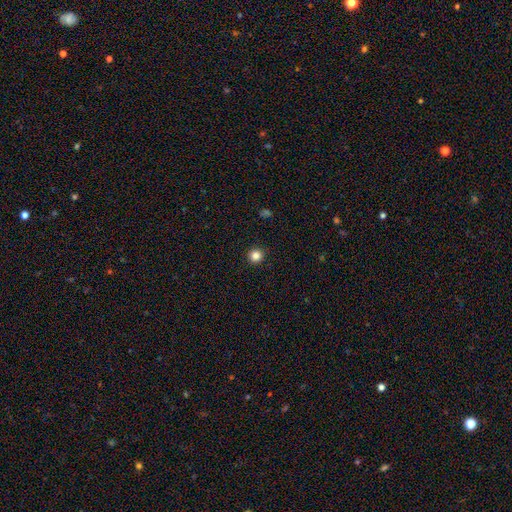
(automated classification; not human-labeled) The model was most divided on "smooth or featured": smooth: 84%, star or artifact: 12%, featured or disk: 4%. More confident: how rounded — round (94%); merging — none (93%).